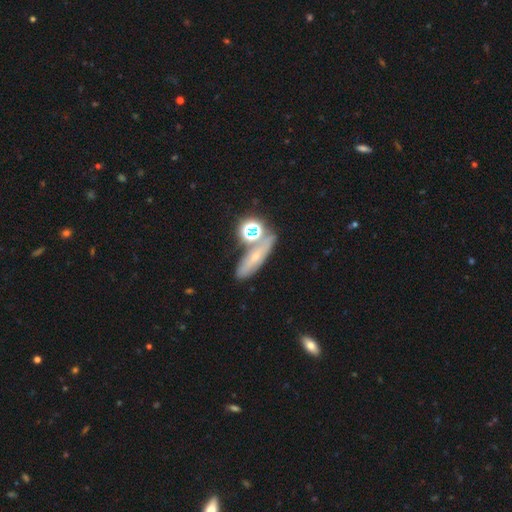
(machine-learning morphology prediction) Overall: smooth (42%; featured or disk 31%). Merging: none (62%).